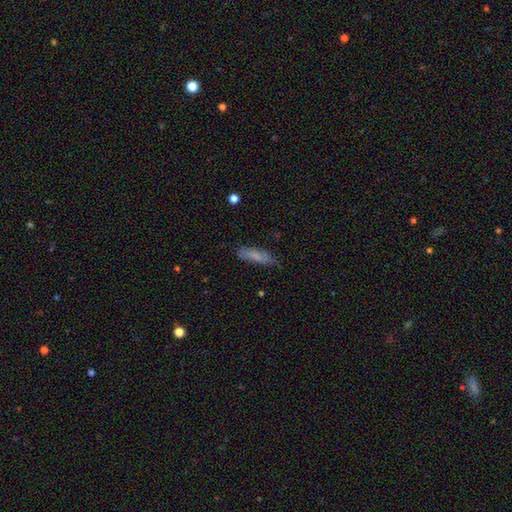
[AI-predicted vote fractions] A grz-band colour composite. It shows a smooth galaxy with no disk features (70%) that is cigar-shaped (57%). Merging: none (71%).